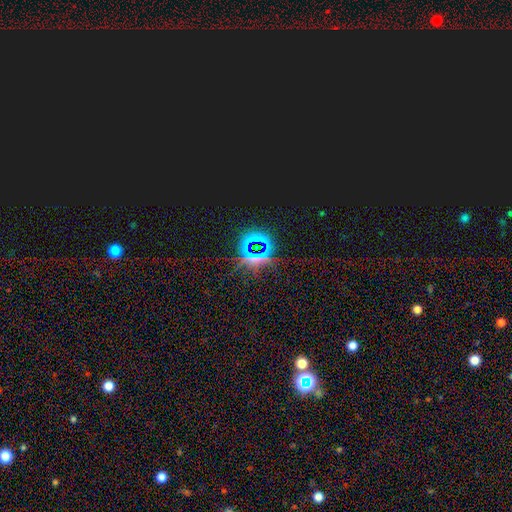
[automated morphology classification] A star or artifact, not a galaxy (76%).

Vote fractions:
- Smooth or featured? star or artifact: 76% / smooth: 15% / featured or disk: 9%